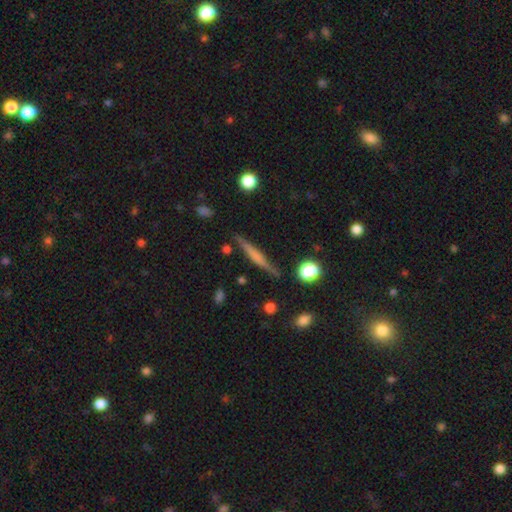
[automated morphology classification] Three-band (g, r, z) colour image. It shows a featured or disk galaxy (54%) viewed edge-on (96%) with no central bulge (48%). Merging: none (85%).